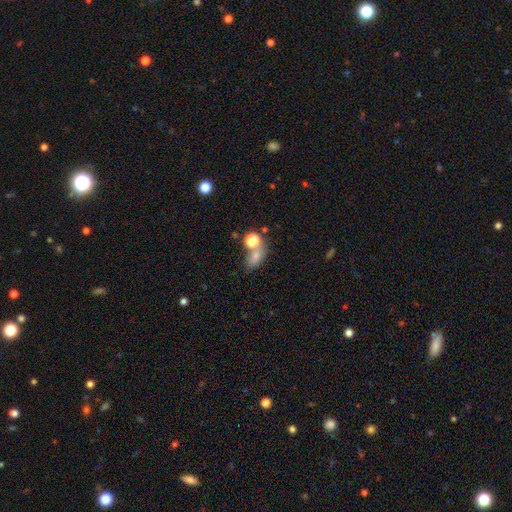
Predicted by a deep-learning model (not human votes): A smooth galaxy with no disk features (72%) that is in between round and cigar-shaped (66%). Merging: none (46%).